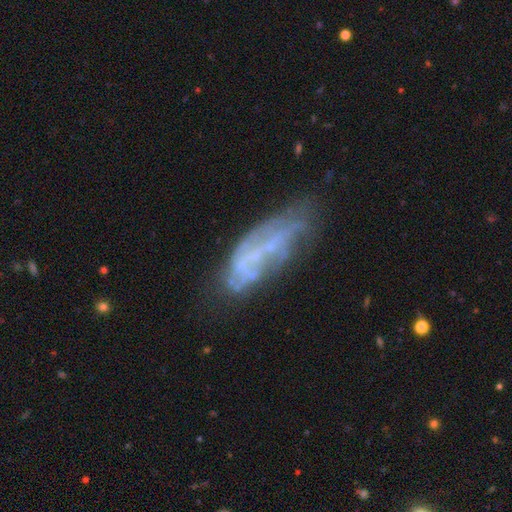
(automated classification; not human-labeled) Smooth or featured? featured or disk (67%)
Edge-on disk? no (86%)
Bar? no (63%)
Spiral arms? no (57%)
Bulge size? none (57%)
Merging? none (49%)